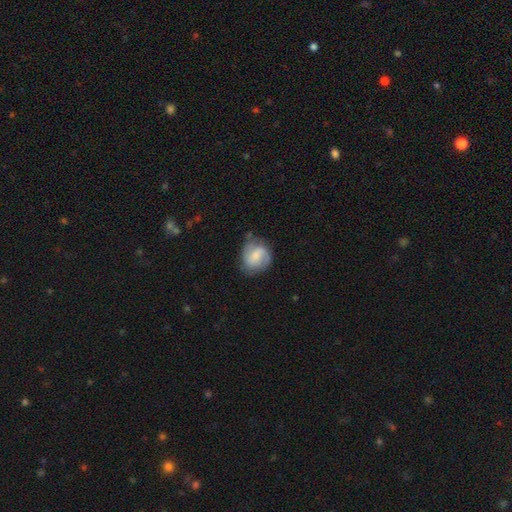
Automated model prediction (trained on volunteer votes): smooth-or-featured: featured or disk: 53% | smooth: 40% | star or artifact: 7%
  disk-edge-on: no: 97% | yes: 3%
    bar: weak: 49% | no: 39% | strong: 12%
    has-spiral-arms: yes: 86% | no: 14%
    bulge-size: small: 51% | moderate: 33% | none: 12% | large: 3% | dominant: 1%
  merging: none: 62% | minor disturbance: 26% | major disturbance: 10% | merger: 2%